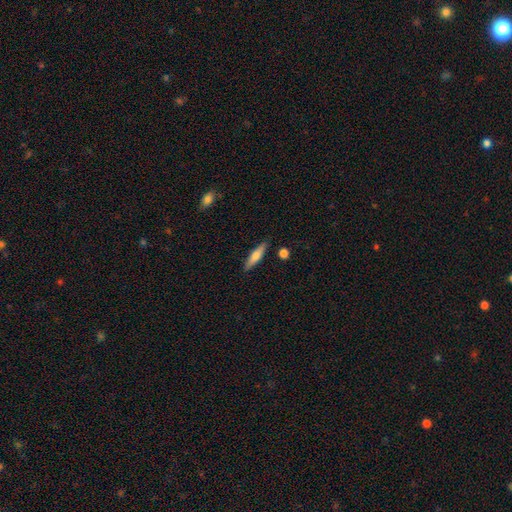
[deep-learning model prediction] Morphology: type=smooth (59%); roundness=cigar-shaped (77%); merging=none (86%).